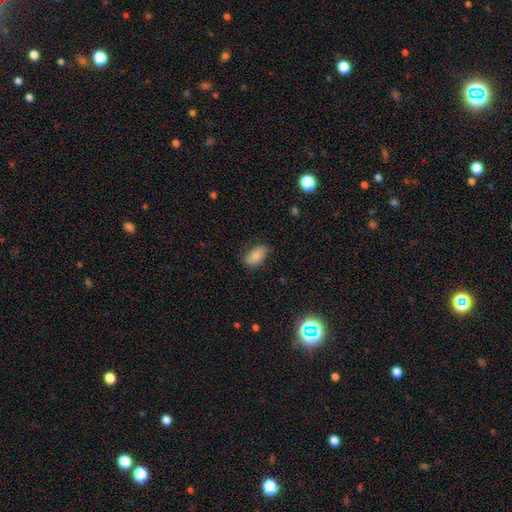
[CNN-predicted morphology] Smooth or featured? Predicted: smooth (p=0.77). How rounded? Predicted: in between (p=0.92). Merging? Predicted: none (p=0.77).